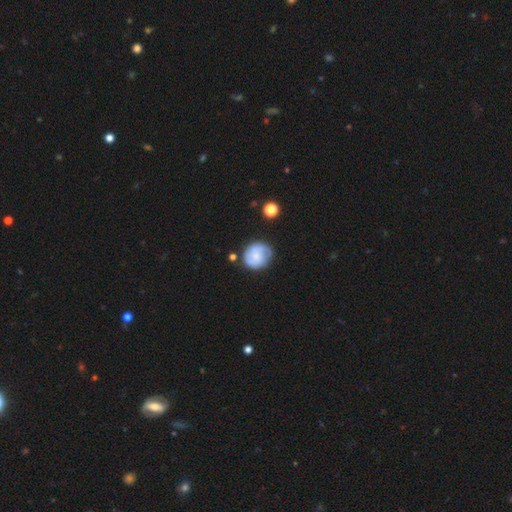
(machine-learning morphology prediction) The model was most divided on "smooth or featured": featured or disk: 51%, smooth: 42%, star or artifact: 7%. More confident: edge-on disk — no (98%); spiral arms — yes (82%); merging — none (67%); bar — no (67%); bulge size — small (50%).